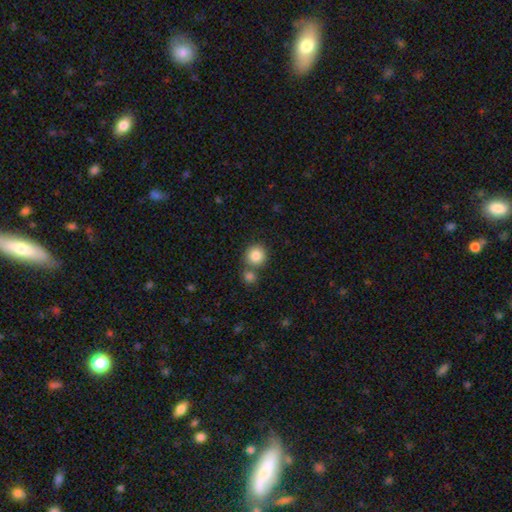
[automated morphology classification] smooth 85%, star or artifact 9%, featured or disk 6%. Down the decision tree: how rounded — round (92%); merging — none (65%).